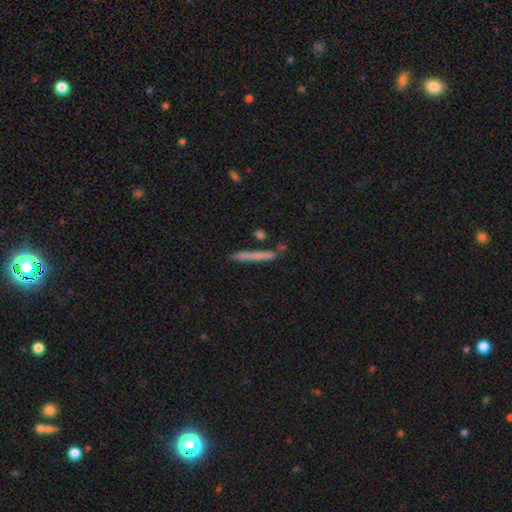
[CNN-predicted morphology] type=smooth (66%); roundness=cigar-shaped (96%); merging=none (83%).